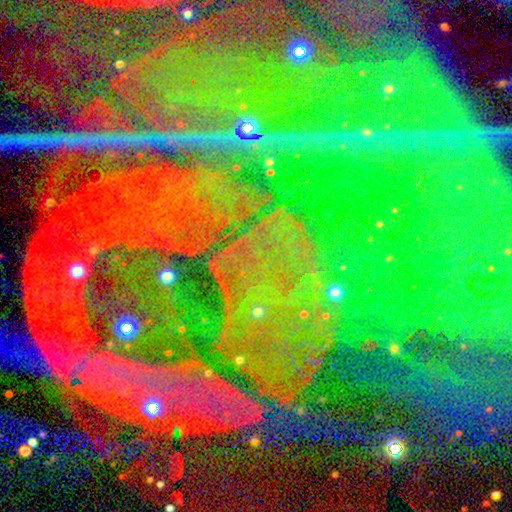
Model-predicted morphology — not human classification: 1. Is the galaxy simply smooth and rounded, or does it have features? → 88% star or artifact, 7% featured or disk, 5% smooth.